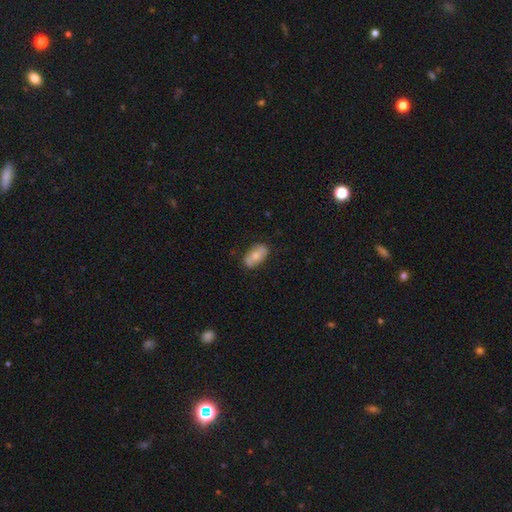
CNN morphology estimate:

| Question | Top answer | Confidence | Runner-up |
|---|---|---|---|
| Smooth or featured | smooth | 61% | featured or disk (33%) |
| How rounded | in between | 92% | round (5%) |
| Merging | none | 81% | minor disturbance (15%) |